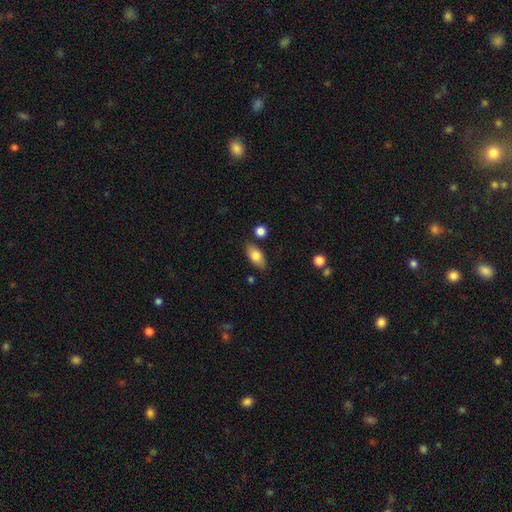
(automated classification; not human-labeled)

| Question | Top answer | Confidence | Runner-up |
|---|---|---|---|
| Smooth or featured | smooth | 78% | featured or disk (15%) |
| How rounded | in between | 88% | cigar-shaped (8%) |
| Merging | none | 81% | minor disturbance (12%) |